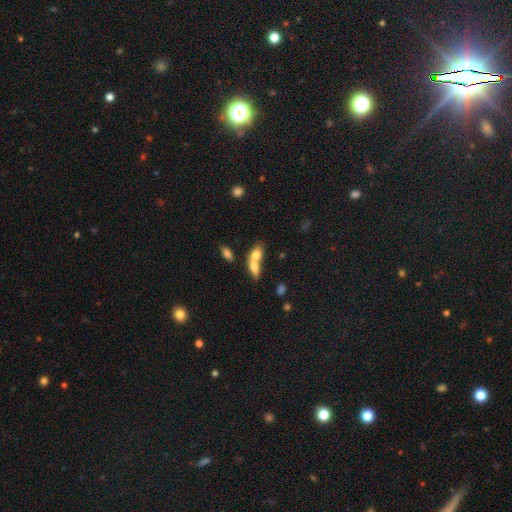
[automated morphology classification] Q: Smooth or featured?
A: smooth (74%); runner-up: featured or disk (18%)
Q: How rounded?
A: in between (75%); runner-up: round (13%)
Q: Merging?
A: merger (69%); runner-up: none (20%)